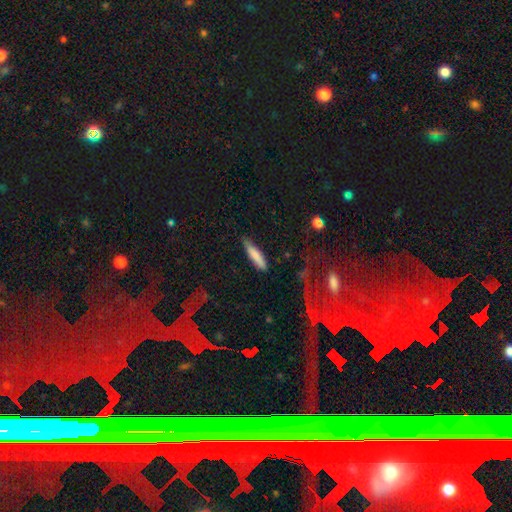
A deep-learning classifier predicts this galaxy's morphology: A smooth galaxy with no disk features (80%) that is cigar-shaped (81%). Merging: none (81%).